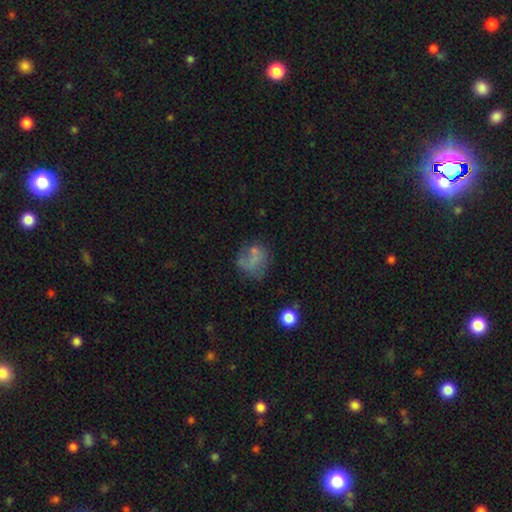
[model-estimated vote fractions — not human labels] Morphology: type=smooth (54%); roundness=round (68%); merging=none (43%).